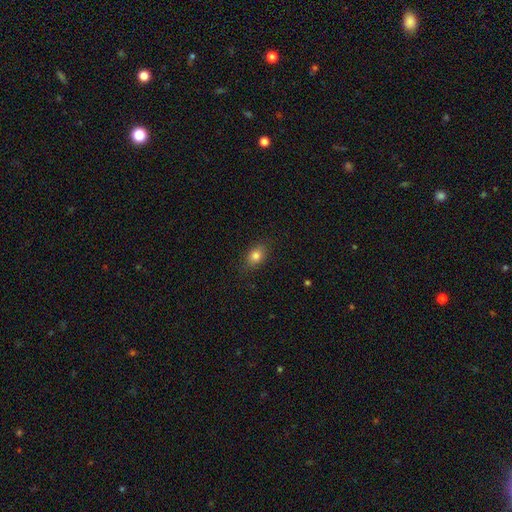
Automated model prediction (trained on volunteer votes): The model was most divided on "how rounded": in between: 73%, round: 25%, cigar-shaped: 2%. More confident: merging — none (85%); smooth or featured — smooth (82%).